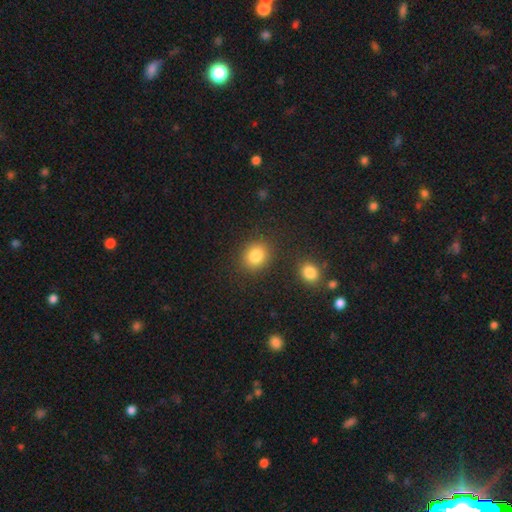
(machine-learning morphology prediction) This appears to be a smooth galaxy with no disk features (83%) that is round (71%). Merging: none (85%).